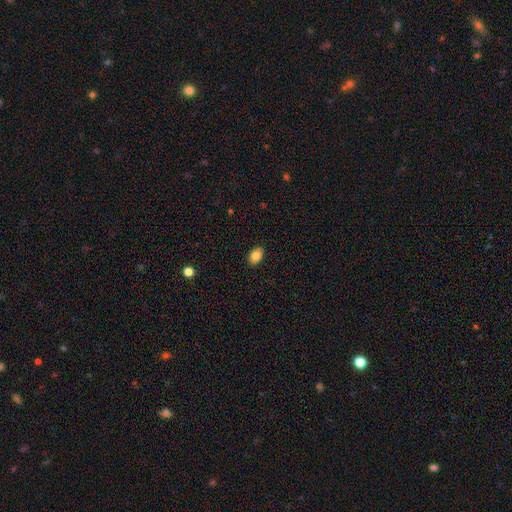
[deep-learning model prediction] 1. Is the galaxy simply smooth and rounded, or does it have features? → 85% smooth, 9% star or artifact, 7% featured or disk.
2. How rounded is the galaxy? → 82% in between, 17% round, 1% cigar-shaped.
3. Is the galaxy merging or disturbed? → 89% none, 8% minor disturbance, 2% major disturbance, 1% merger.